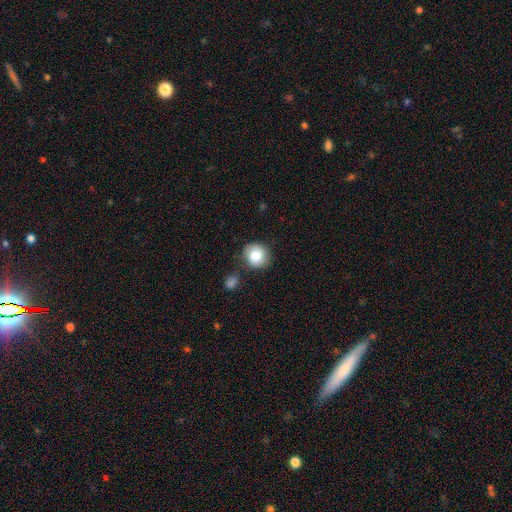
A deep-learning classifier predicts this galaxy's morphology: The model was most divided on "merging": none: 76%, minor disturbance: 14%, merger: 6%, major disturbance: 4%. More confident: how rounded — round (87%); smooth or featured — smooth (81%).